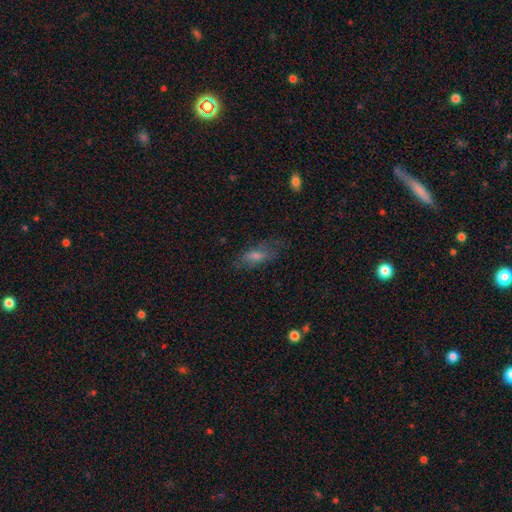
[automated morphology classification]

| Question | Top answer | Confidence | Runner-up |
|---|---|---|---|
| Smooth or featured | smooth | 52% | featured or disk (35%) |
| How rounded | in between | 64% | cigar-shaped (32%) |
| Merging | none | 67% | minor disturbance (20%) |